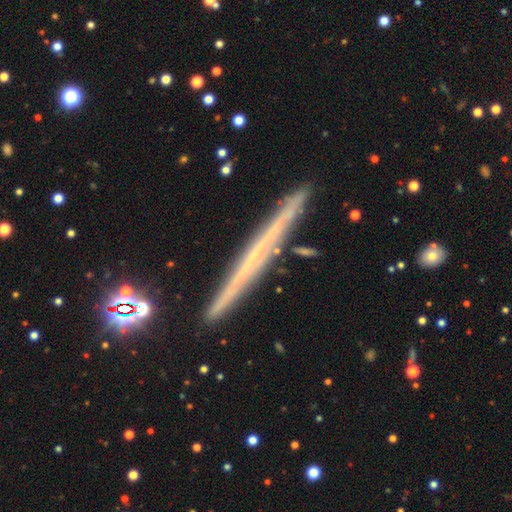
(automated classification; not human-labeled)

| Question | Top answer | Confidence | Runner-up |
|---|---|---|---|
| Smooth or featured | featured or disk | 62% | smooth (29%) |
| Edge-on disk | yes | 97% | no (3%) |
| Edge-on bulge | none | 88% | rounded (8%) |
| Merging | none | 90% | minor disturbance (7%) |